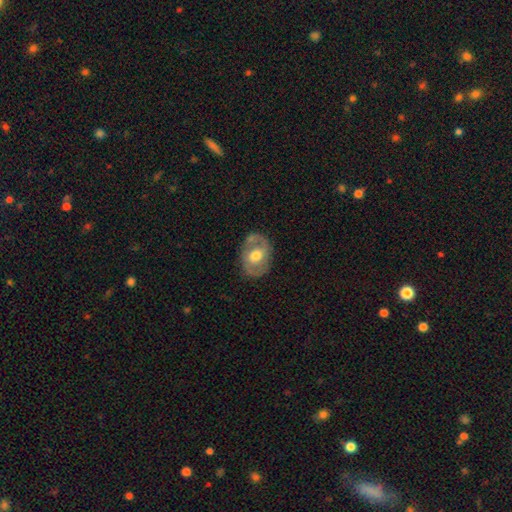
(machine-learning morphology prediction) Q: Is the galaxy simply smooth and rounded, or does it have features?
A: featured or disk — 58%.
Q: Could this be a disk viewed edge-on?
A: no — 94%.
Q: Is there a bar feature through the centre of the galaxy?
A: no — 52%.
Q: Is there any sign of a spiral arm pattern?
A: yes — 58%.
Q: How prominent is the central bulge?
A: moderate — 72%.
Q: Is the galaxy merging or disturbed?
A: none — 73%.